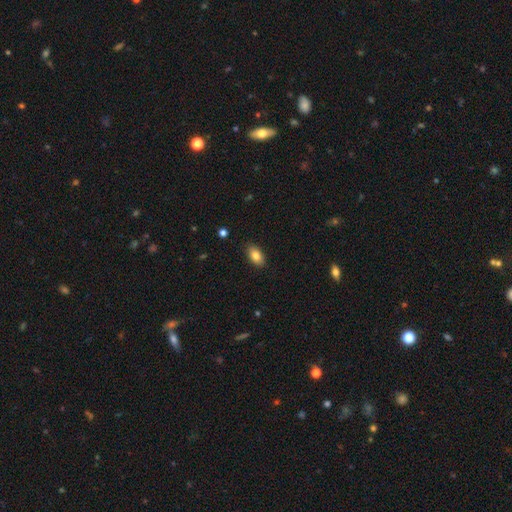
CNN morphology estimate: Smooth or featured?
  - smooth: 81% *
  - featured or disk: 11%
  - star or artifact: 8%
How rounded?
  - in between: 91% *
  - round: 7%
  - cigar-shaped: 2%
Merging?
  - none: 88% *
  - minor disturbance: 9%
  - major disturbance: 2%
  - merger: 1%